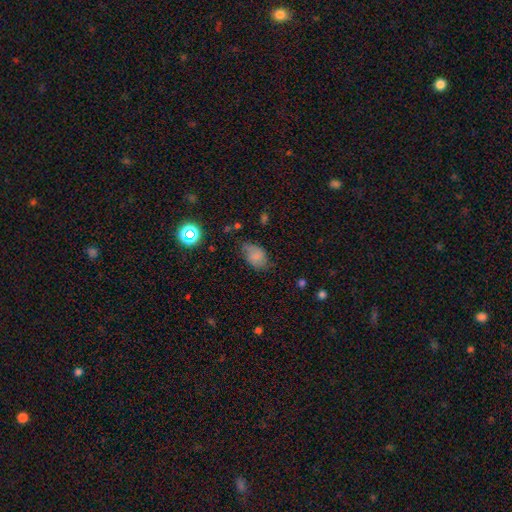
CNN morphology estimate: smooth-or-featured: smooth: 73% | featured or disk: 15% | star or artifact: 12%
  how-rounded: in between: 86% | round: 12% | cigar-shaped: 1%
  merging: none: 57% | minor disturbance: 31% | major disturbance: 10% | merger: 2%